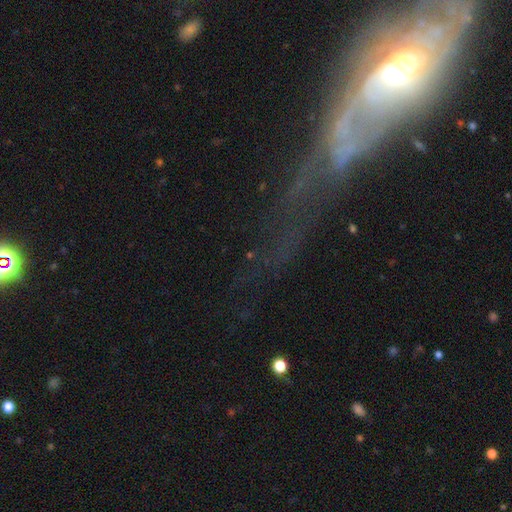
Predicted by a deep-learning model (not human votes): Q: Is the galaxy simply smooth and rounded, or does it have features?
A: featured or disk — 63%.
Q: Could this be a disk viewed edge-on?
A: no — 73%.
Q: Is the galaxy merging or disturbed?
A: none — 40%.